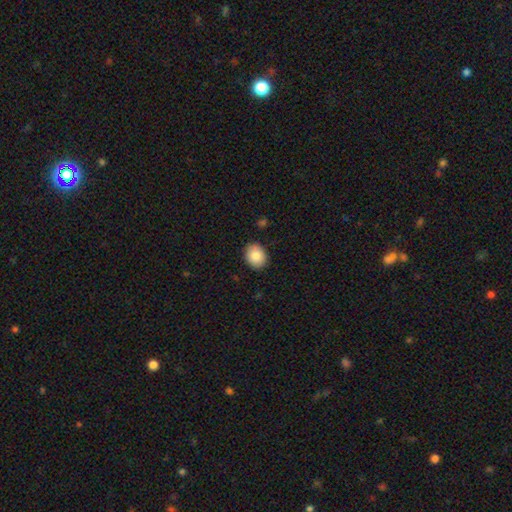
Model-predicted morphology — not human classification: smooth 86%, star or artifact 8%, featured or disk 6%. Down the decision tree: how rounded — round (52%); merging — none (88%).